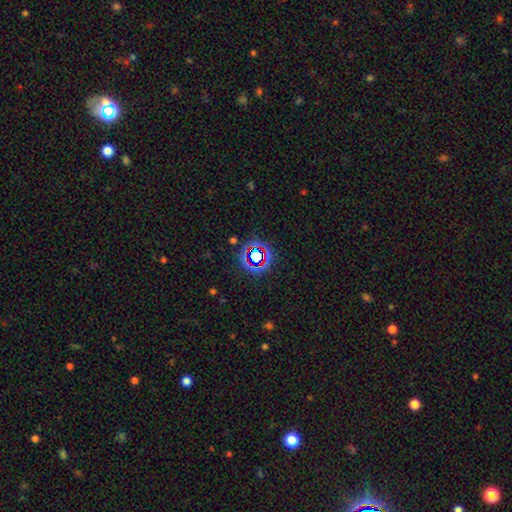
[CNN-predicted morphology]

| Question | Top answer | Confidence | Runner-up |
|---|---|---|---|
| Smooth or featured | star or artifact | 68% | smooth (21%) |